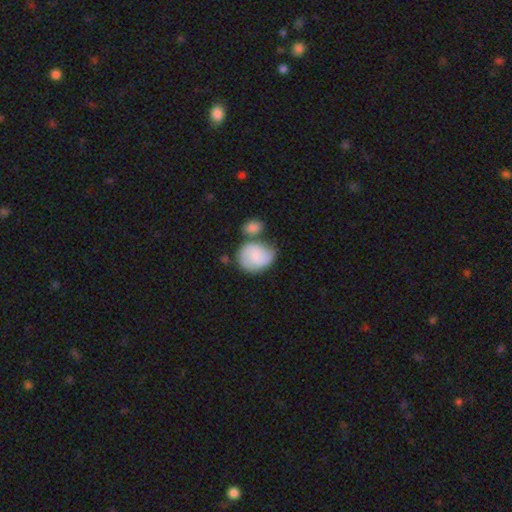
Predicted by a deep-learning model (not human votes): smooth_or_featured: smooth (p=0.60) [alt: featured or disk p=0.34]
how_rounded: round (p=0.56) [alt: in between p=0.43]
merging: none (p=0.44) [alt: merger p=0.29]